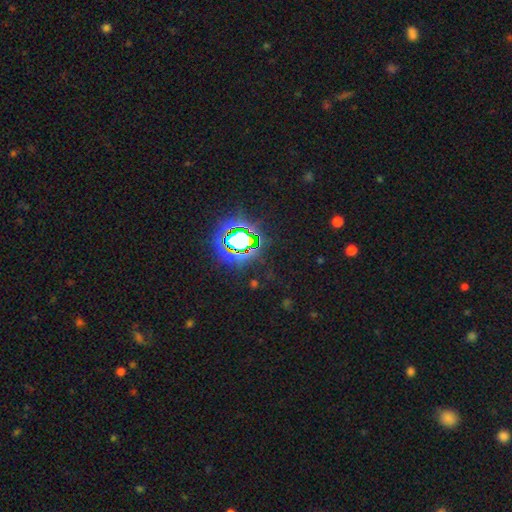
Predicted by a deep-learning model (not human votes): Q: Smooth or featured?
A: star or artifact (82%); runner-up: smooth (11%)